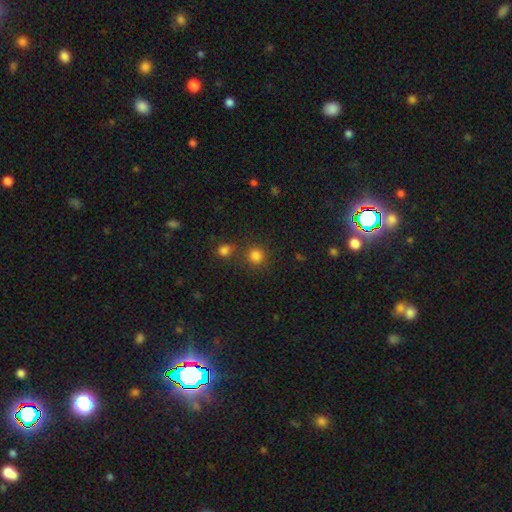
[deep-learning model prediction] A smooth galaxy with no disk features (81%) that is round (90%).

Vote fractions:
- Smooth or featured? smooth: 81% / star or artifact: 14% / featured or disk: 5%
- How rounded? round: 90% / in between: 9% / cigar-shaped: 1%
- Merging? none: 71% / merger: 17% / minor disturbance: 8% / major disturbance: 4%